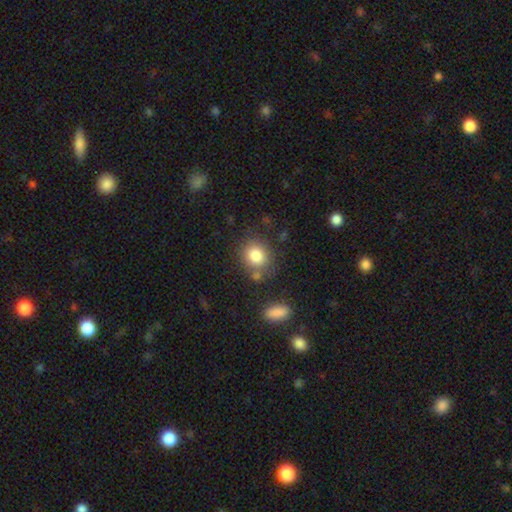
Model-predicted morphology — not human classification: This is clearly a smooth galaxy (83%). How rounded: likely round (71%). Merging: likely none (72%).